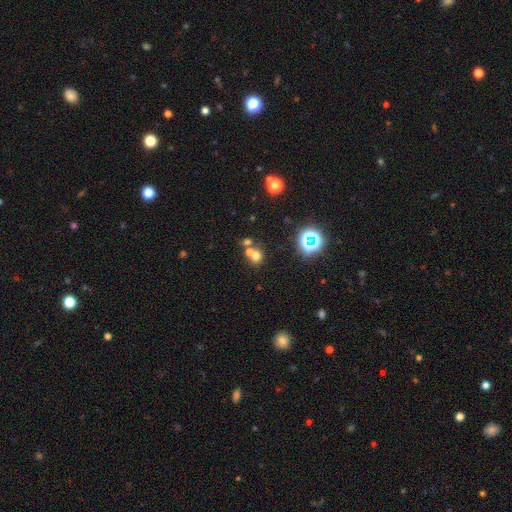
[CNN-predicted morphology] Smooth or featured?
  - smooth: 62% *
  - star or artifact: 25%
  - featured or disk: 14%
How rounded?
  - round: 79% *
  - in between: 20%
  - cigar-shaped: 1%
Merging?
  - merger: 48% *
  - none: 43%
  - minor disturbance: 6%
  - major disturbance: 3%